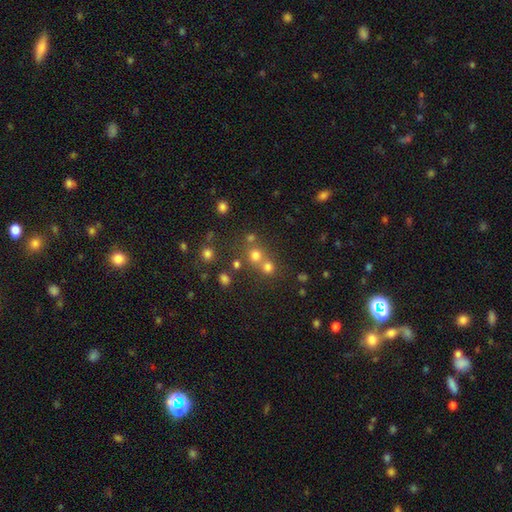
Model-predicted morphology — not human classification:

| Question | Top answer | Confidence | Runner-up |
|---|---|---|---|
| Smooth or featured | smooth | 68% | star or artifact (22%) |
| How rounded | round | 87% | in between (12%) |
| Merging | none | 52% | merger (39%) |